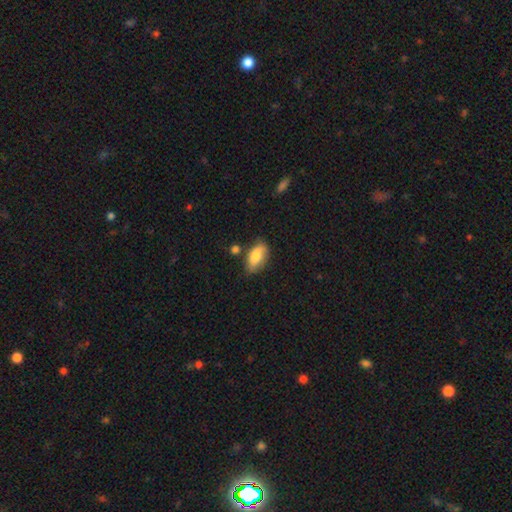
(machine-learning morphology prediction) Smooth or featured: smooth — 80% (featured or disk — 13%)
How rounded: in between — 89% (cigar-shaped — 8%)
Merging: none — 65% (minor disturbance — 24%)